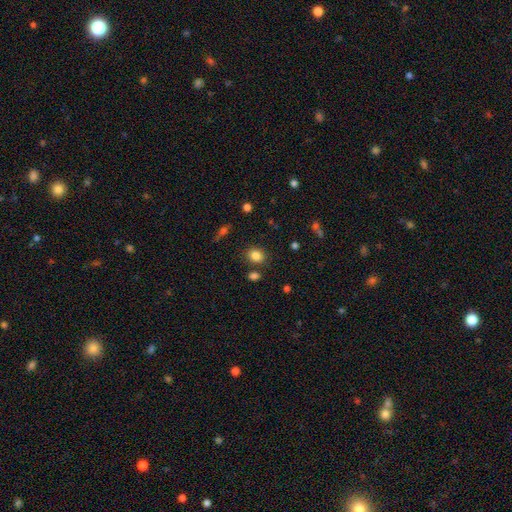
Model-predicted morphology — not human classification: Smooth or featured?
  - smooth: 84% *
  - star or artifact: 11%
  - featured or disk: 5%
How rounded?
  - round: 59% *
  - in between: 40%
  - cigar-shaped: 1%
Merging?
  - none: 81% *
  - minor disturbance: 10%
  - merger: 6%
  - major disturbance: 3%